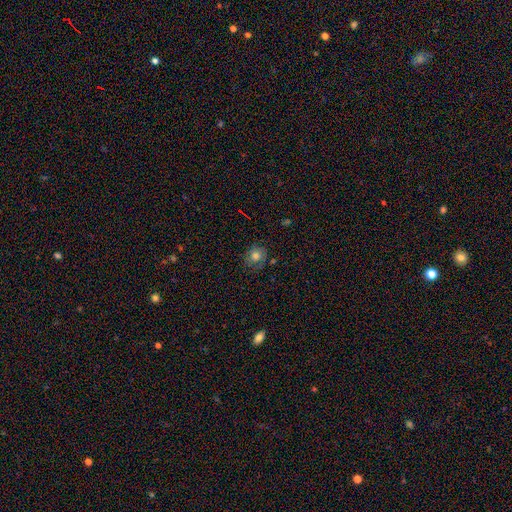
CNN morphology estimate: The model was most divided on "smooth or featured": smooth: 67%, featured or disk: 20%, star or artifact: 13%. More confident: how rounded — round (77%); merging — none (74%).